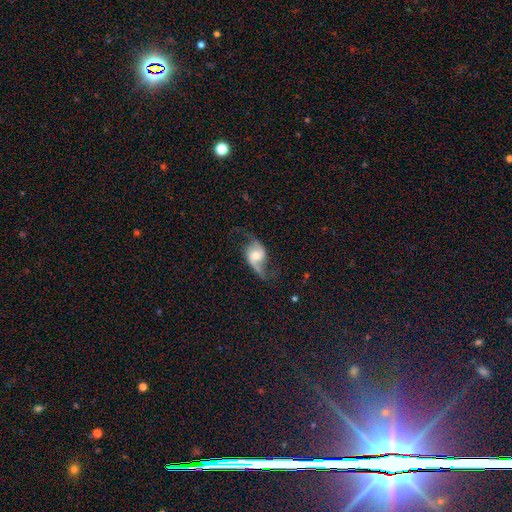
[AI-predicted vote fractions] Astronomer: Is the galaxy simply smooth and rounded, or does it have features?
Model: featured or disk — 83%.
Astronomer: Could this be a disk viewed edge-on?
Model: no — 97%.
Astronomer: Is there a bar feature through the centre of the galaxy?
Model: no — 51% (runner-up: weak, 37%).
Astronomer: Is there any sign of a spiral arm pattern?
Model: yes — 95%.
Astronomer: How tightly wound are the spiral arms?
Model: loose — 74%.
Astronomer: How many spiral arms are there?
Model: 2 — 90%.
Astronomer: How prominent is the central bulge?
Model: moderate — 56%.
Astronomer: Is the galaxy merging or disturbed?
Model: none — 65%.